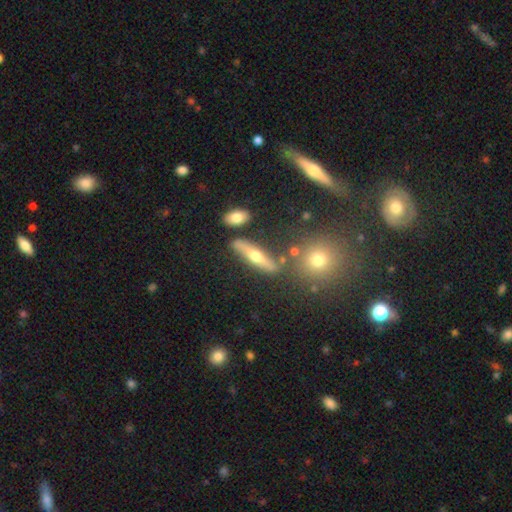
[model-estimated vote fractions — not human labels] smooth-or-featured: featured or disk: 54% | smooth: 37% | star or artifact: 9%
  disk-edge-on: yes: 84% | no: 16%
  merging: none: 77% | minor disturbance: 12% | merger: 7% | major disturbance: 4%